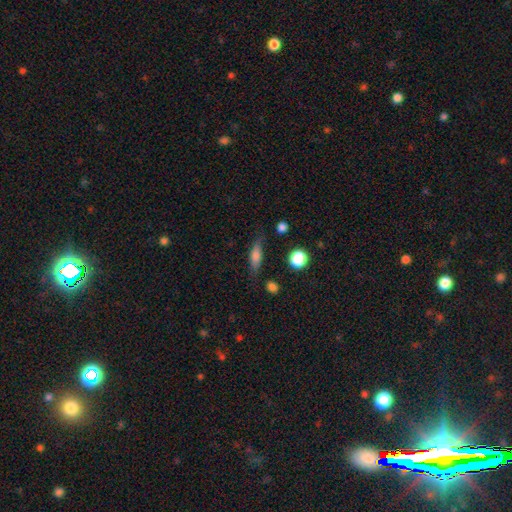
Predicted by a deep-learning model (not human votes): Overall: smooth (67%). How rounded: in between (50%; cigar-shaped 44%). Merging: none (72%).